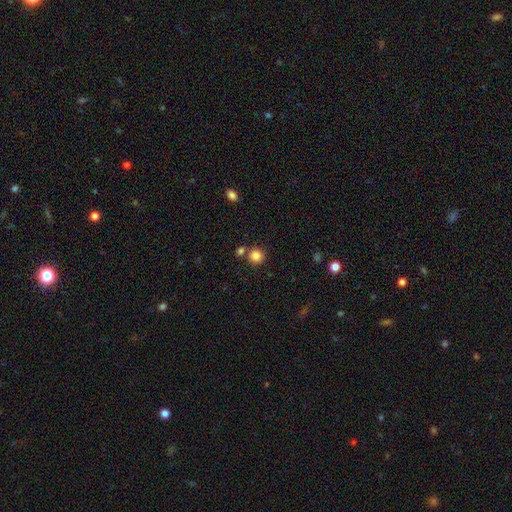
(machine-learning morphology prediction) Overall: smooth (84%). How rounded: round (92%). Merging: none (75%).